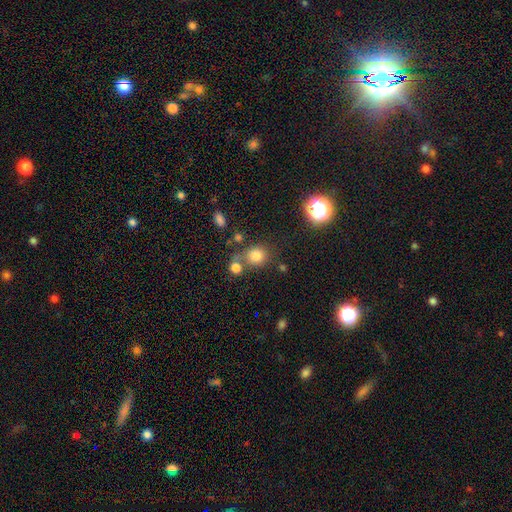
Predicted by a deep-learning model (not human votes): A smooth galaxy with no disk features (78%) that is round (79%). Merging: none (59%).